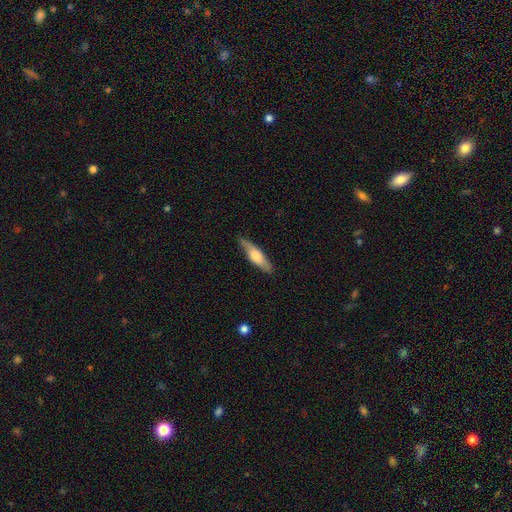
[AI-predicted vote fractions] This appears to be a smooth galaxy with no disk features (55%) that is cigar-shaped (66%). Merging: none (83%).